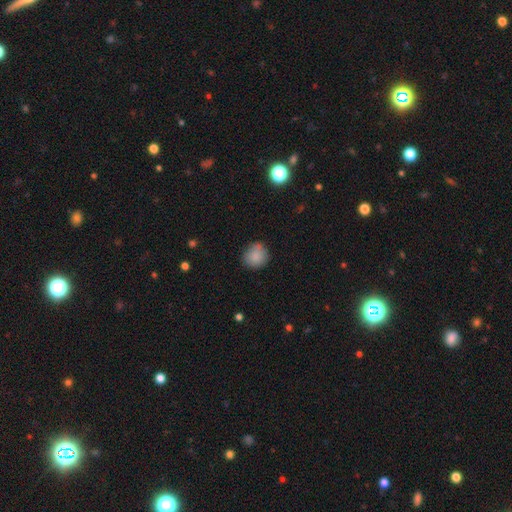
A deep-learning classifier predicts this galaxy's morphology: Smooth or featured? Predicted: smooth (p=0.86). How rounded? Predicted: round (p=0.83). Merging? Predicted: none (p=0.77).